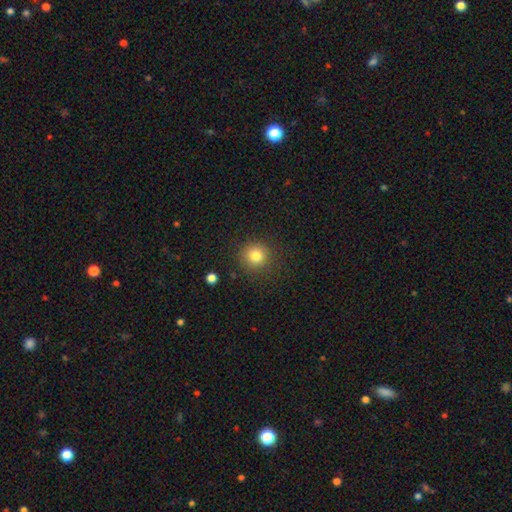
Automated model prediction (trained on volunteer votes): Smooth or featured: smooth — 81% (star or artifact — 12%)
How rounded: round — 93% (in between — 6%)
Merging: none — 89% (minor disturbance — 7%)